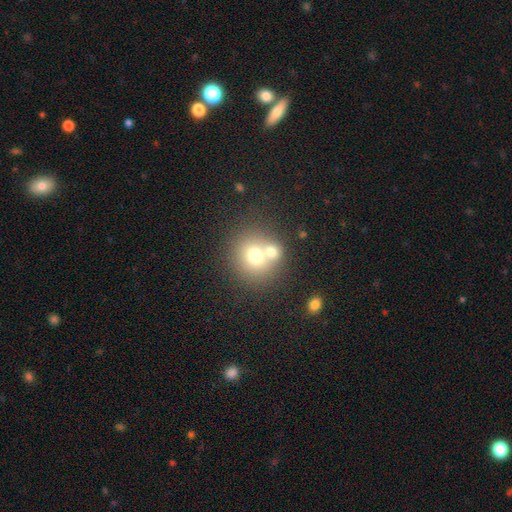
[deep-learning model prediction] This appears to be a smooth galaxy with no disk features (69%) that is round (80%). Merging: none (45%).